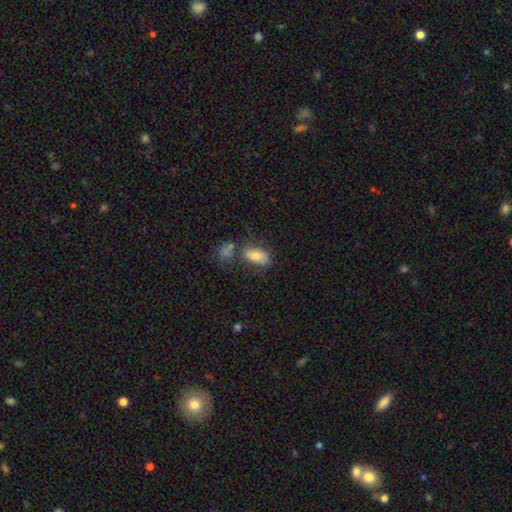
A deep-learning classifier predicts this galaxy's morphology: Smooth or featured? Predicted: smooth (p=0.75). How rounded? Predicted: in between (p=0.88). Merging? Predicted: none (p=0.48).